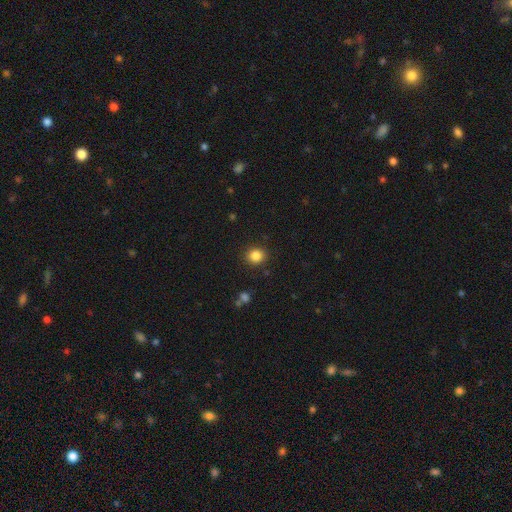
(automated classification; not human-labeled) smooth 84%, star or artifact 11%, featured or disk 5%. Down the decision tree: how rounded — round (78%); merging — none (89%).